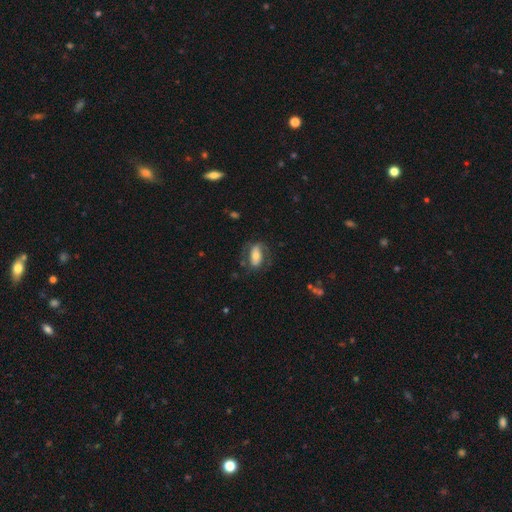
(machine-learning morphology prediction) Overall: smooth (52%; featured or disk 41%). How rounded: in between (86%). Merging: none (64%).